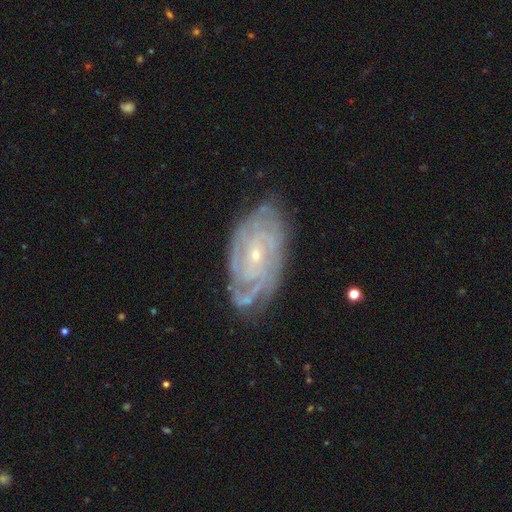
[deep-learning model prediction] The model was most divided on "spiral arm count": can't tell: 34%, 4: 21%, 3: 17%, 2: 14%, more than 4: 9%, 1: 6%. More confident: spiral arms — yes (96%); edge-on disk — no (95%); smooth or featured — featured or disk (86%); bulge size — small (76%); spiral winding — tight (74%); merging — none (72%); bar — no (65%).